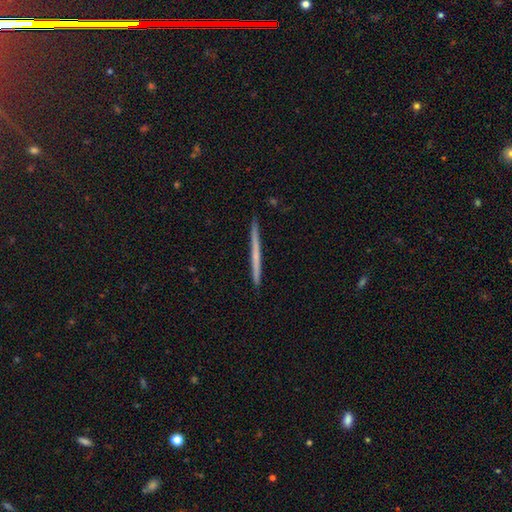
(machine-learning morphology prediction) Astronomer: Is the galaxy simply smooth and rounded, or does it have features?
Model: featured or disk — 52% (runner-up: smooth, 43%).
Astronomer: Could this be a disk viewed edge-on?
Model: yes — 98%.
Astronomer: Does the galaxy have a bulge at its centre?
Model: none — 86%.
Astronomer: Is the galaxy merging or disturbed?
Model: none — 93%.